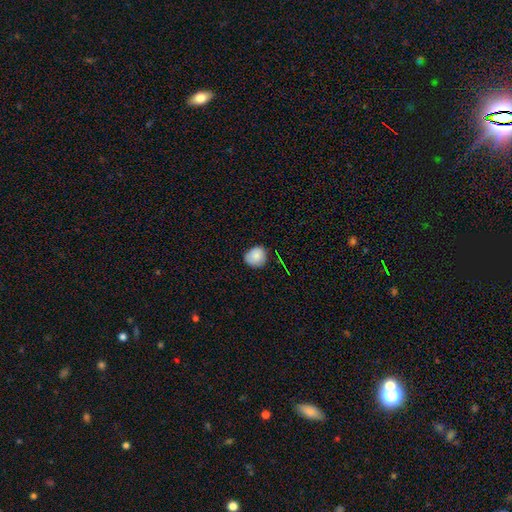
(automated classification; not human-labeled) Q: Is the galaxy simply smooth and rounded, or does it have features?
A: smooth — 83%.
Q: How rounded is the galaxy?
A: round — 79%.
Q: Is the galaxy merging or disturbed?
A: none — 75%.